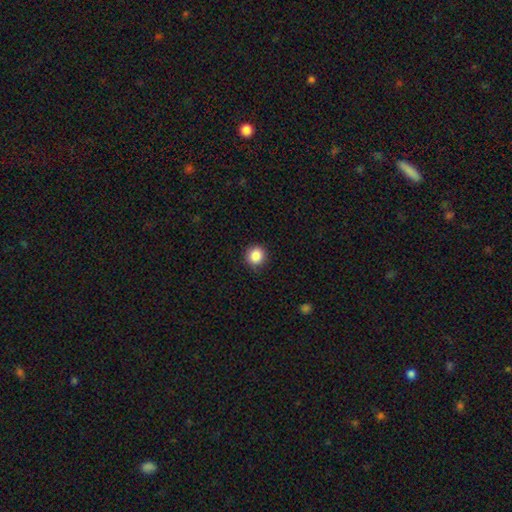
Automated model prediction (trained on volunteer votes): smooth-or-featured: smooth: 87% | star or artifact: 10% | featured or disk: 3%
  how-rounded: round: 93% | in between: 6% | cigar-shaped: 1%
  merging: none: 89% | minor disturbance: 8% | major disturbance: 2% | merger: 1%